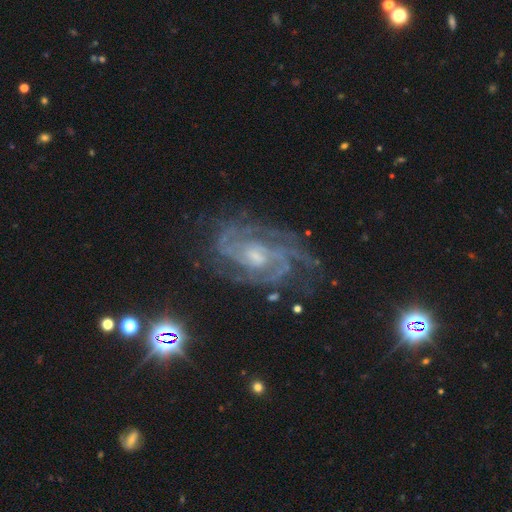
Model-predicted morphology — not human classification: smooth_or_featured: featured or disk (p=0.89) [alt: star or artifact p=0.07]
disk_edge_on: no (p=0.97) [alt: yes p=0.03]
bar: no (p=0.57) [alt: weak p=0.34]
has_spiral_arms: yes (p=0.98) [alt: no p=0.02]
spiral_winding: tight (p=0.59) [alt: medium p=0.35]
spiral_arm_count: 2 (p=0.28) [alt: 3 p=0.25]
bulge_size: small (p=0.53) [alt: moderate p=0.39]
merging: none (p=0.71) [alt: minor disturbance p=0.18]